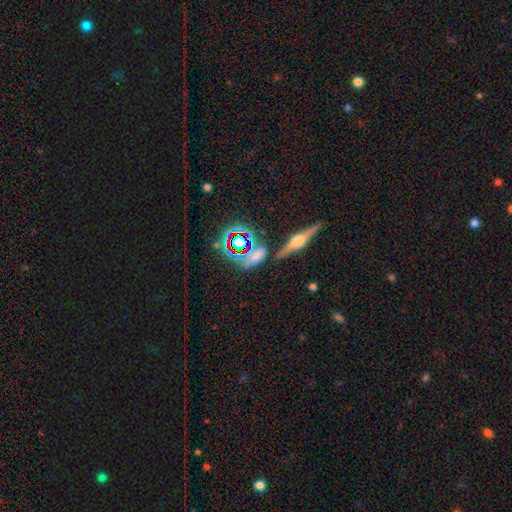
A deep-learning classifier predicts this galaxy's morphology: Smooth or featured?
  - smooth: 43% *
  - star or artifact: 30%
  - featured or disk: 27%
Merging?
  - none: 68% *
  - minor disturbance: 16%
  - merger: 10%
  - major disturbance: 7%